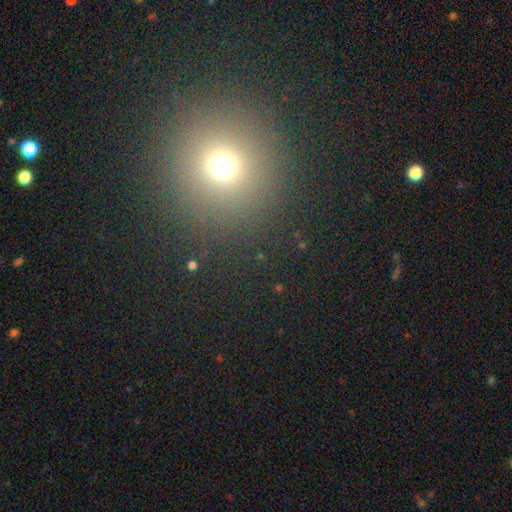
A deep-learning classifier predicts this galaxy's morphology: smooth 59%, star or artifact 34%, featured or disk 7%. Down the decision tree: how rounded — round (94%); merging — none (91%).